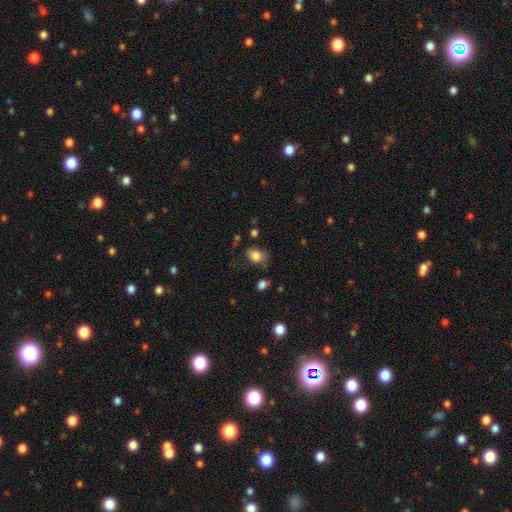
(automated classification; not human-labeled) Smooth or featured? Predicted: smooth (p=0.83). How rounded? Predicted: in between (p=0.64). Merging? Predicted: none (p=0.67).